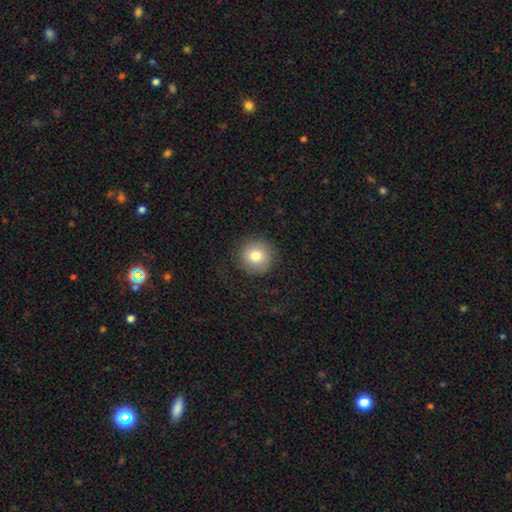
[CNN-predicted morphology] smooth-or-featured: smooth: 79% | featured or disk: 11% | star or artifact: 10%
  how-rounded: round: 94% | in between: 5% | cigar-shaped: 1%
  merging: none: 84% | minor disturbance: 10% | major disturbance: 5% | merger: 1%